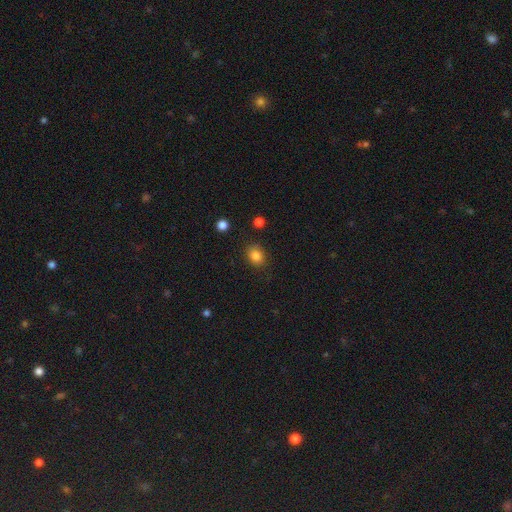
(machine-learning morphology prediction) A smooth galaxy with no disk features (83%) that is round (57%). Merging: none (84%).